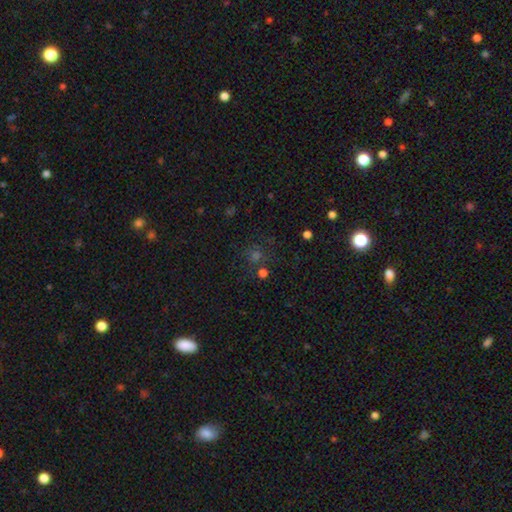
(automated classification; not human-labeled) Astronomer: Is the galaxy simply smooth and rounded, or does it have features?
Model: star or artifact — 47% (runner-up: smooth, 41%).